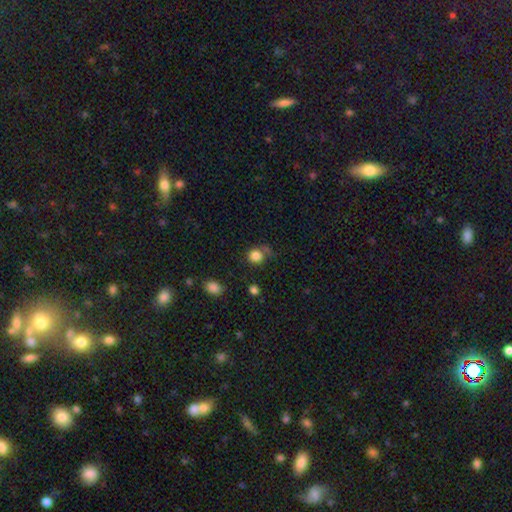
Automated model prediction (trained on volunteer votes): smooth 83%, star or artifact 11%, featured or disk 6%. Down the decision tree: how rounded — round (83%); merging — none (64%).